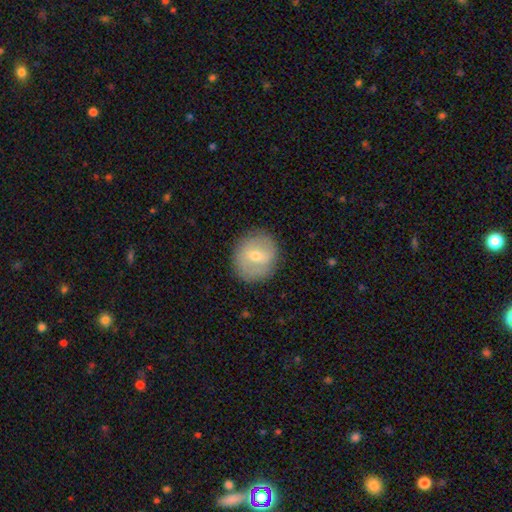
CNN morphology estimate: Q: Smooth or featured?
A: smooth (53%); runner-up: featured or disk (40%)
Q: How rounded?
A: round (85%); runner-up: in between (14%)
Q: Merging?
A: none (85%); runner-up: minor disturbance (10%)